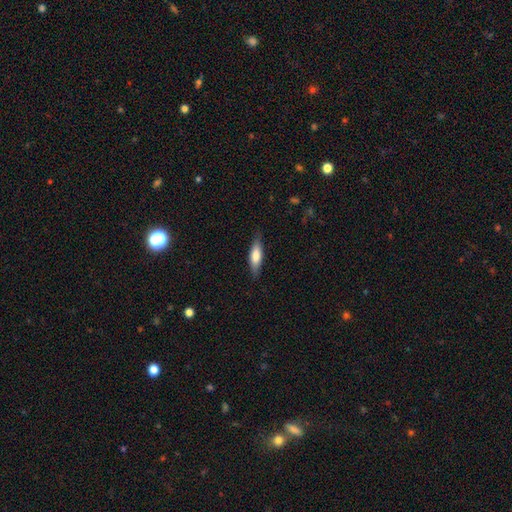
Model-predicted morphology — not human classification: Smooth or featured: smooth — 68% (featured or disk — 26%)
How rounded: cigar-shaped — 54% (in between — 44%)
Merging: none — 82% (minor disturbance — 14%)